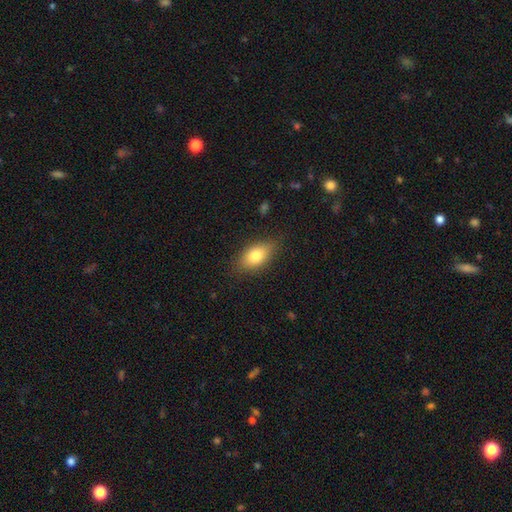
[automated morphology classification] smooth 78%, featured or disk 14%, star or artifact 8%. Down the decision tree: how rounded — in between (87%); merging — none (82%).